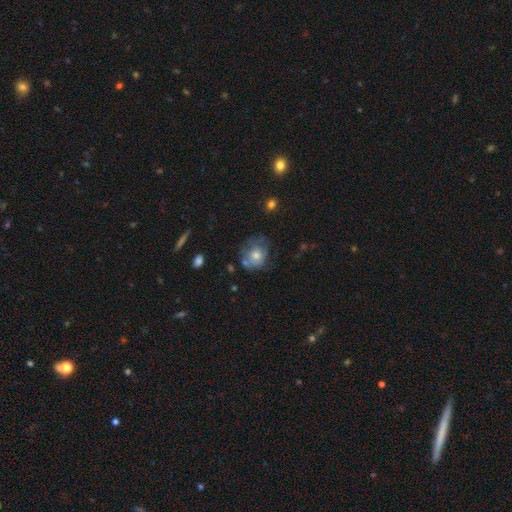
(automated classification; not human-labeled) A smooth galaxy with no disk features (57%) that is round (65%). Merging: none (48%).